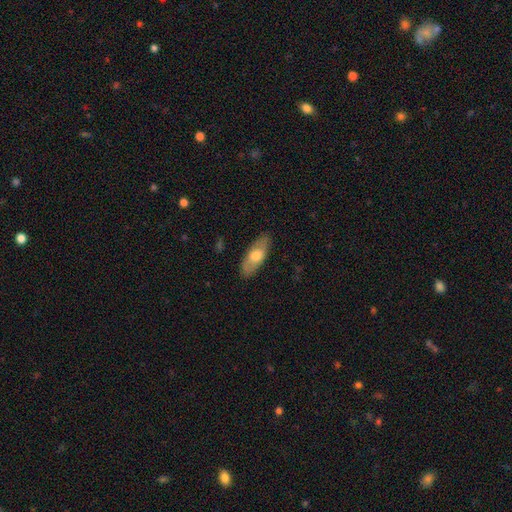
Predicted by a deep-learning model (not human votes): Smooth or featured?
  - smooth: 64% *
  - featured or disk: 31%
  - star or artifact: 5%
How rounded?
  - in between: 77% *
  - cigar-shaped: 21%
  - round: 2%
Merging?
  - none: 86% *
  - minor disturbance: 11%
  - major disturbance: 2%
  - merger: 1%